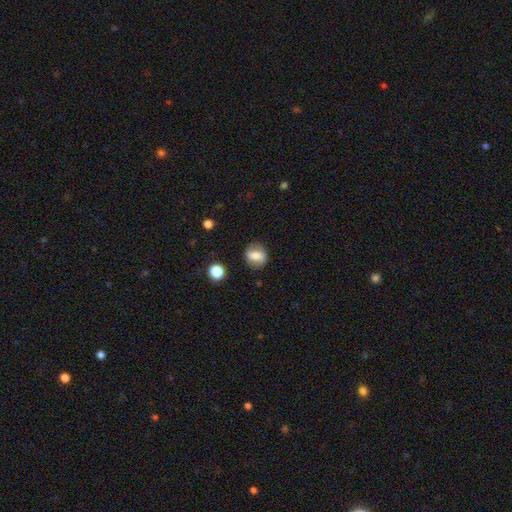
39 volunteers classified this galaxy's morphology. Smooth or featured: smooth — 59% (featured or disk — 33%)
How rounded: in between — 52% (round — 48%)
Merging: none — 81% (minor disturbance — 14%)